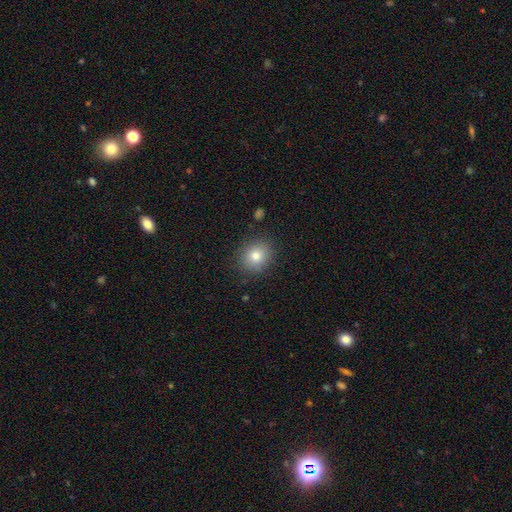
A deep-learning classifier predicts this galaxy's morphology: This is likely a smooth galaxy (79%). How rounded: likely round (76%). Merging: clearly none (87%).